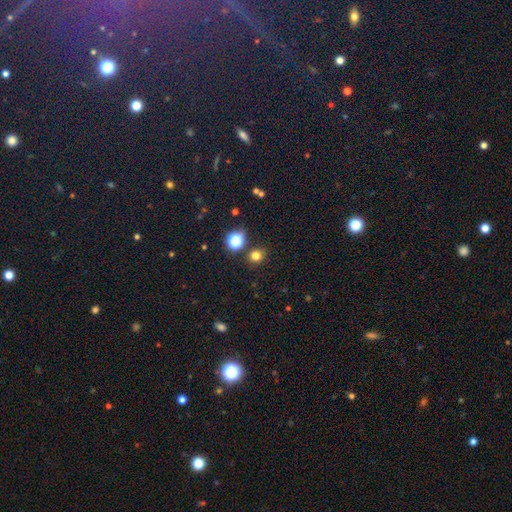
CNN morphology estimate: Smooth or featured: smooth — 75% (star or artifact — 19%)
How rounded: round — 84% (in between — 15%)
Merging: none — 84% (minor disturbance — 8%)